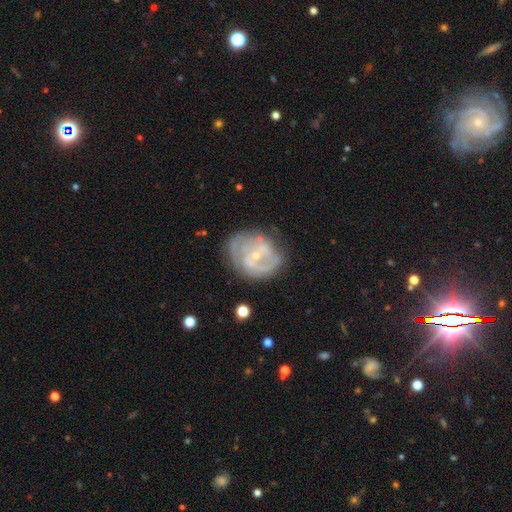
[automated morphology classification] smooth-or-featured: featured or disk: 79% | smooth: 14% | star or artifact: 7%
  disk-edge-on: no: 98% | yes: 2%
    bar: no: 55% | weak: 36% | strong: 8%
    has-spiral-arms: yes: 84% | no: 16%
      spiral-winding: tight: 44% | medium: 41% | loose: 15%
      spiral-arm-count: 2: 45% | can't tell: 30% | 3: 12% | 1: 5% | 4: 4% | more than 4: 3%
    bulge-size: small: 76% | moderate: 18% | none: 4% | large: 1% | dominant: 1%
  merging: none: 62% | minor disturbance: 21% | major disturbance: 11% | merger: 5%